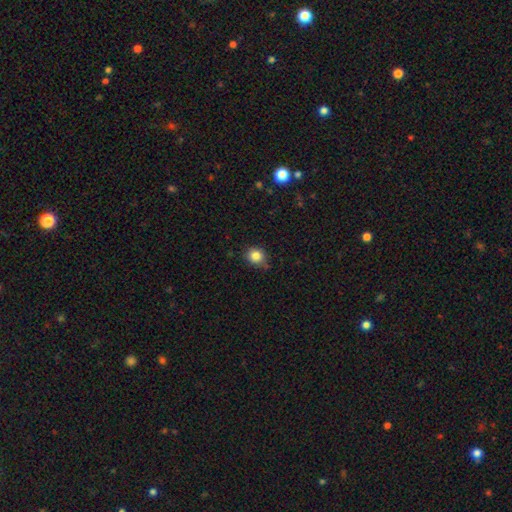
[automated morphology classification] This is clearly a smooth galaxy (83%). How rounded: likely round (78%). Merging: likely none (78%).